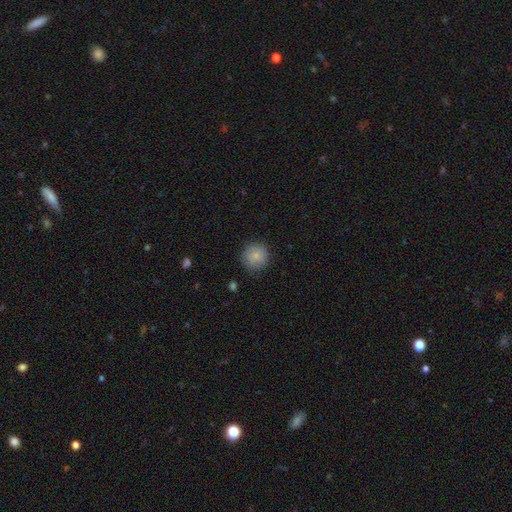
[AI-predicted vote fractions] Smooth or featured? smooth (81%)
How rounded? round (92%)
Merging? none (84%)